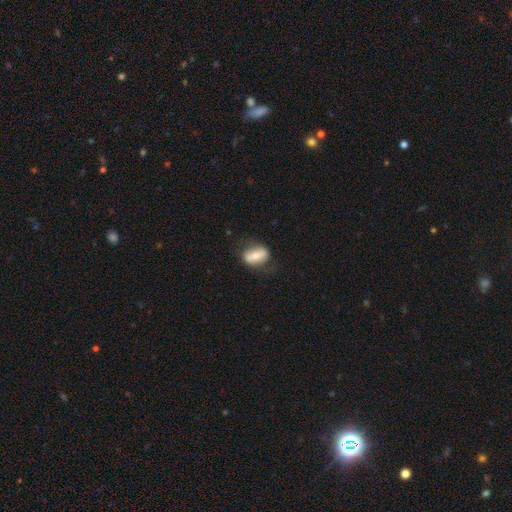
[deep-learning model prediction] This appears to be a smooth galaxy with no disk features (50%) that is in between round and cigar-shaped (78%). Merging: none (66%).